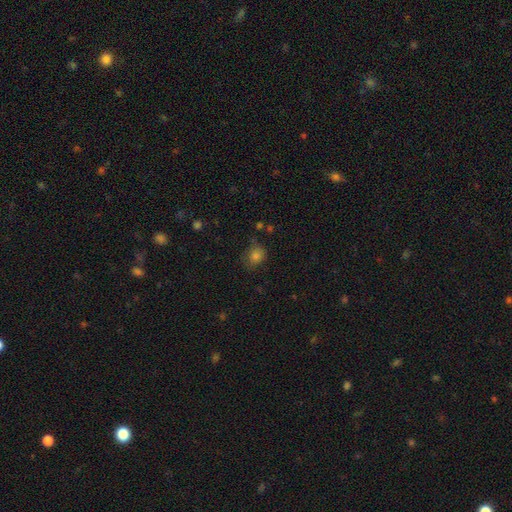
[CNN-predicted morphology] Smooth or featured?
  - smooth: 78% *
  - star or artifact: 15%
  - featured or disk: 7%
How rounded?
  - round: 60% *
  - in between: 39%
  - cigar-shaped: 1%
Merging?
  - none: 70% *
  - minor disturbance: 21%
  - major disturbance: 6%
  - merger: 3%